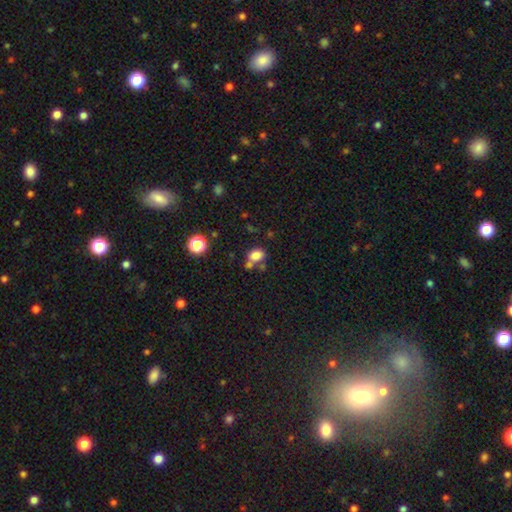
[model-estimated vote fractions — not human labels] This appears to be a smooth galaxy with no disk features (80%) that is in between round and cigar-shaped (64%). Merging: none (54%).